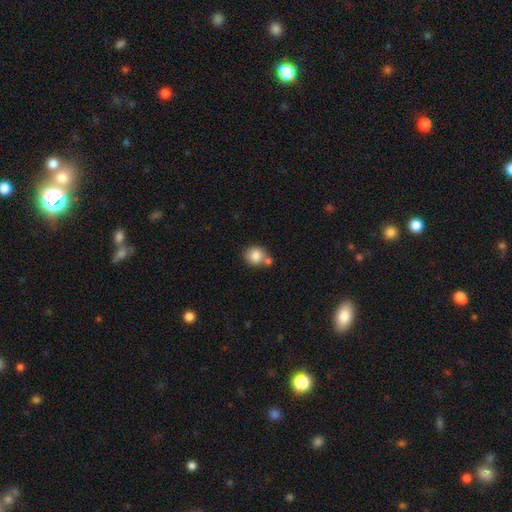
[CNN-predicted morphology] Q: Smooth or featured?
A: smooth (83%); runner-up: star or artifact (9%)
Q: How rounded?
A: round (85%); runner-up: in between (14%)
Q: Merging?
A: none (57%); runner-up: merger (29%)